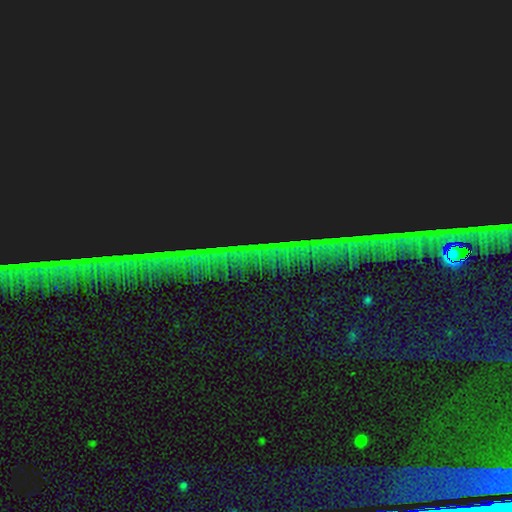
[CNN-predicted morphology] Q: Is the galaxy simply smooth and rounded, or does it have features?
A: star or artifact — 88%.